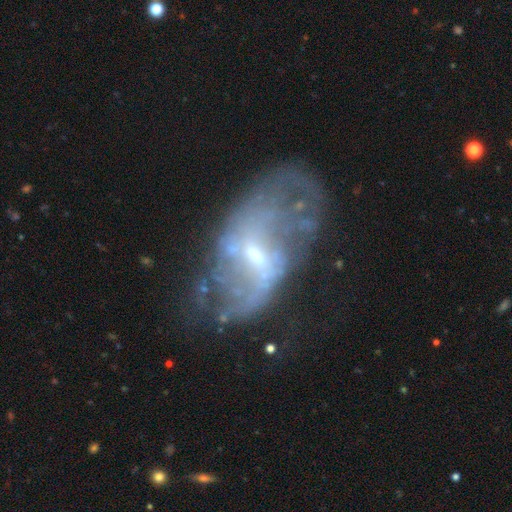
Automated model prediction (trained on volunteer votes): smooth-or-featured: featured or disk: 77% | smooth: 13% | star or artifact: 10%
  disk-edge-on: no: 95% | yes: 5%
    bar: weak: 49% | no: 27% | strong: 24%
    has-spiral-arms: yes: 66% | no: 34%
    bulge-size: small: 62% | moderate: 32% | none: 3% | large: 2% | dominant: 1%
  merging: none: 45% | major disturbance: 28% | minor disturbance: 23% | merger: 5%